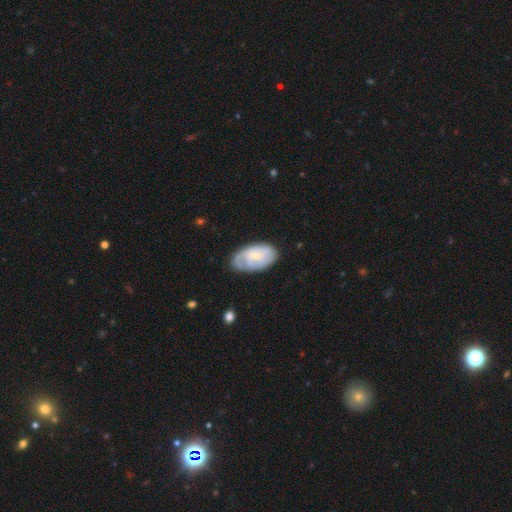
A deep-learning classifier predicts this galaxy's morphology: This is likely a featured or disk galaxy (62%). It is clearly not viewed edge-on (96%). Bar: possibly no (59%). Spiral arm pattern: clearly yes (82%). Central bulge: likely small (65%). Merging: likely none (67%).